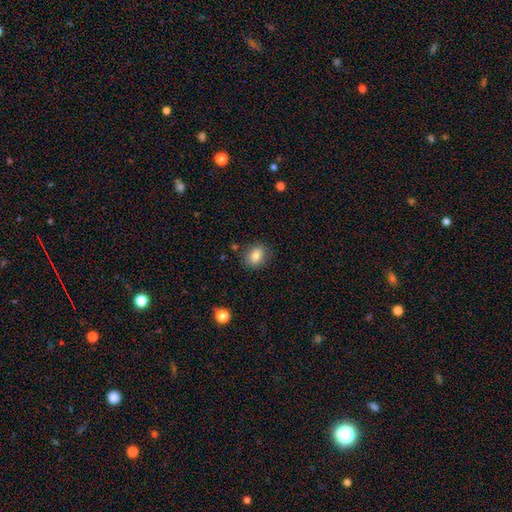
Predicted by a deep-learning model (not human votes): smooth_or_featured: smooth (p=0.82) [alt: star or artifact p=0.09]
how_rounded: in between (p=0.52) [alt: round p=0.47]
merging: none (p=0.84) [alt: minor disturbance p=0.11]